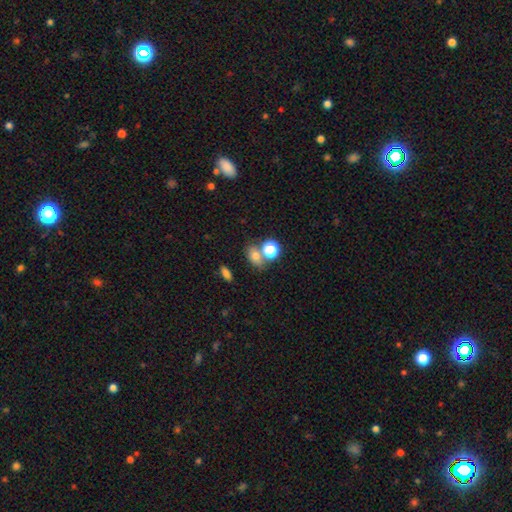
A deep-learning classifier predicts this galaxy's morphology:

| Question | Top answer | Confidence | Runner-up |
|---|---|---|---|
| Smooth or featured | smooth | 72% | star or artifact (17%) |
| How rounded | in between | 54% | round (43%) |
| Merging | none | 54% | merger (31%) |